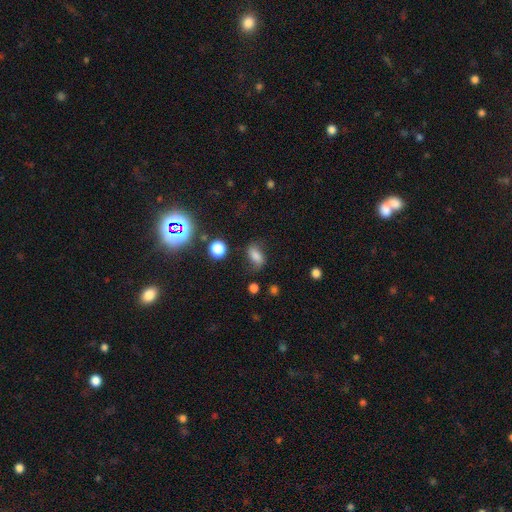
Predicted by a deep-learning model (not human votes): smooth_or_featured: smooth (p=0.66) [alt: featured or disk p=0.19]
how_rounded: in between (p=0.81) [alt: round p=0.15]
merging: none (p=0.62) [alt: minor disturbance p=0.23]